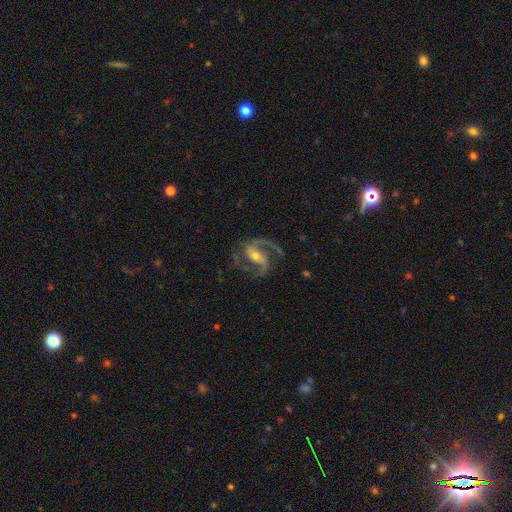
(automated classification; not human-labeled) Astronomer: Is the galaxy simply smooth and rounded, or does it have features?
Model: featured or disk — 91%.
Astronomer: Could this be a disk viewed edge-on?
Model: no — 98%.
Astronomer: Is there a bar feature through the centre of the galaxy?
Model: weak — 40% (runner-up: no, 30%).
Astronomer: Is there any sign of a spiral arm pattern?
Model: yes — 98%.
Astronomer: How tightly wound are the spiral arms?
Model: medium — 59%.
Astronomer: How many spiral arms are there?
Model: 2 — 86%.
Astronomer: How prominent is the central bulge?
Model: moderate — 55% (runner-up: small, 39%).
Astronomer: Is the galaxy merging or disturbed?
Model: none — 71%.